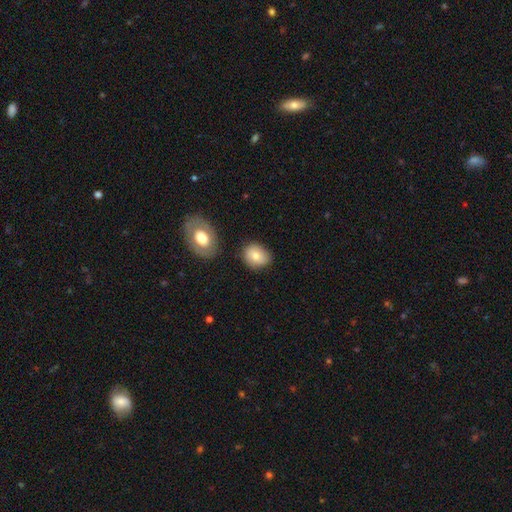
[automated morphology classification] smooth 76%, featured or disk 15%, star or artifact 8%. Down the decision tree: how rounded — round (51%); merging — none (75%).